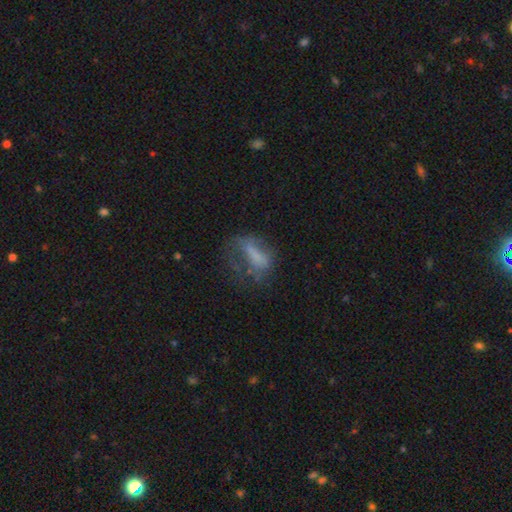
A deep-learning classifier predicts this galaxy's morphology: This appears to be a smooth galaxy with no disk features (48%). Merging: major disturbance (46%).